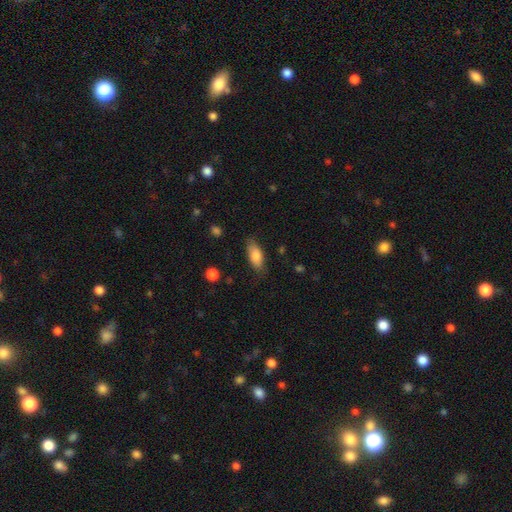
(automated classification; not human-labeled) Smooth or featured: smooth — 82% (featured or disk — 11%)
How rounded: in between — 82% (cigar-shaped — 15%)
Merging: none — 78% (minor disturbance — 17%)